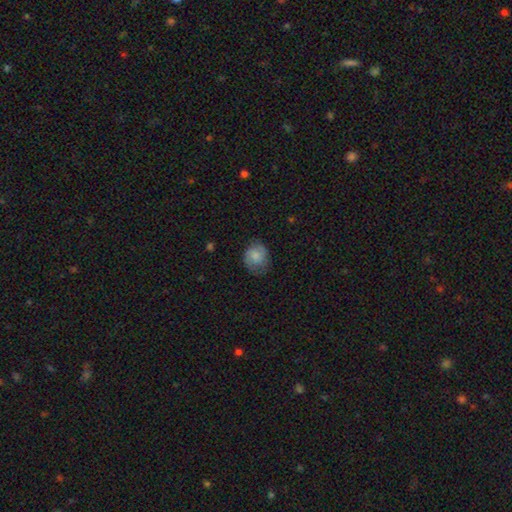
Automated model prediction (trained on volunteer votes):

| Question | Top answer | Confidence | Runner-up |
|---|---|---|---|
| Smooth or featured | smooth | 71% | featured or disk (22%) |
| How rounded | round | 67% | in between (32%) |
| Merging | none | 64% | minor disturbance (26%) |